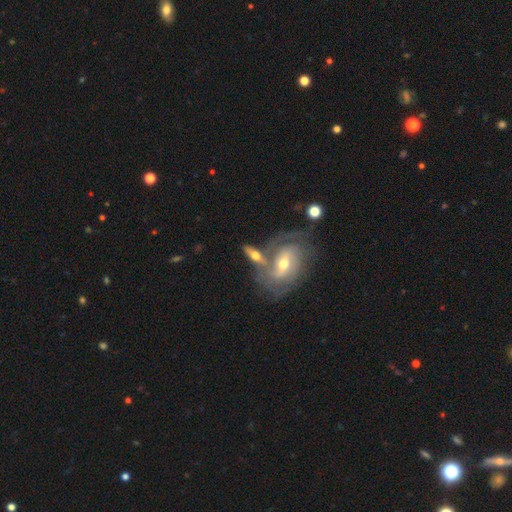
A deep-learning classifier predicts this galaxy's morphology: Overall: featured or disk (60%; smooth 34%). Edge-on disk: no (69%; yes 31%). Merging: none (43%; merger 35%).